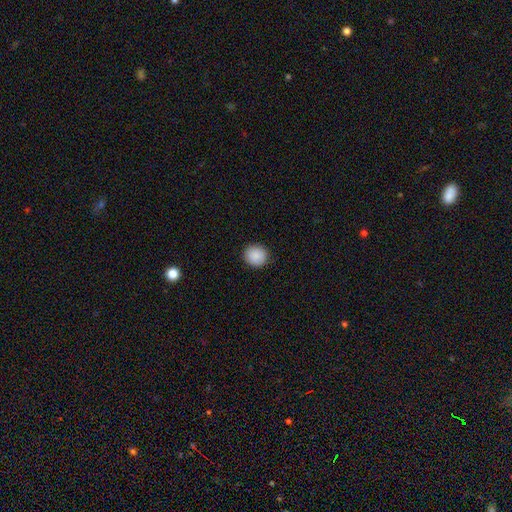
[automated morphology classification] This is clearly a smooth galaxy (90%). How rounded: clearly round (88%). Merging: clearly none (91%).